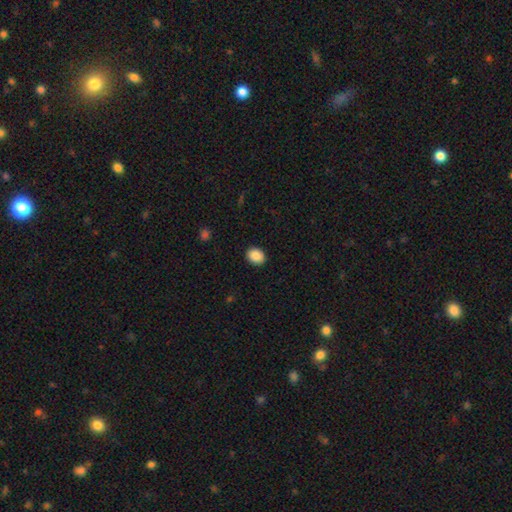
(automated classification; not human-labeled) A smooth galaxy with no disk features (88%) that is in between round and cigar-shaped (51%). Merging: none (91%).